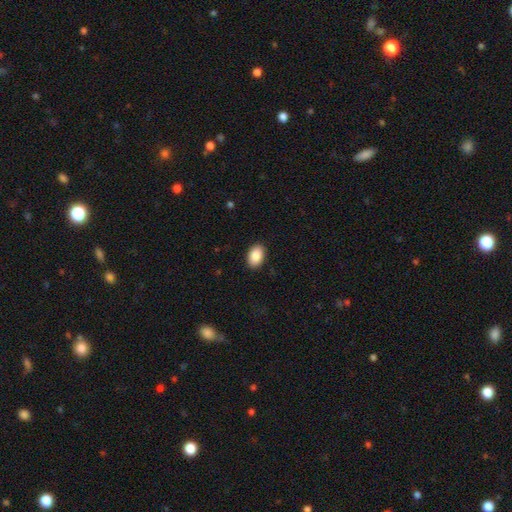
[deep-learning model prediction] Smooth or featured? Predicted: smooth (p=0.88). How rounded? Predicted: in between (p=0.87). Merging? Predicted: none (p=0.90).